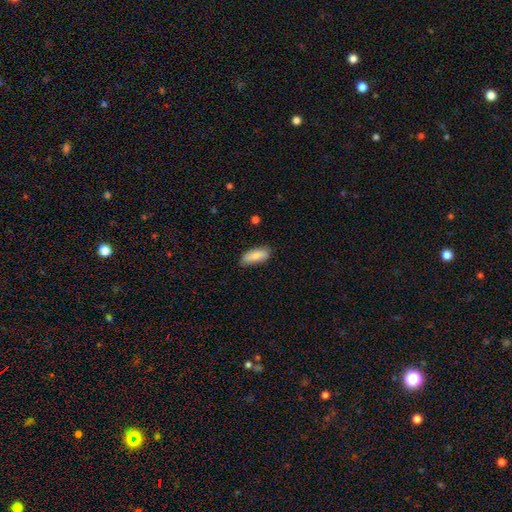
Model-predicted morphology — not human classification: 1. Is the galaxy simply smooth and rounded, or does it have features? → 84% smooth, 10% featured or disk, 6% star or artifact.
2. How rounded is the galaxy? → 73% in between, 26% cigar-shaped, 2% round.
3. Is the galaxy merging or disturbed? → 80% none, 16% minor disturbance, 3% major disturbance, 1% merger.